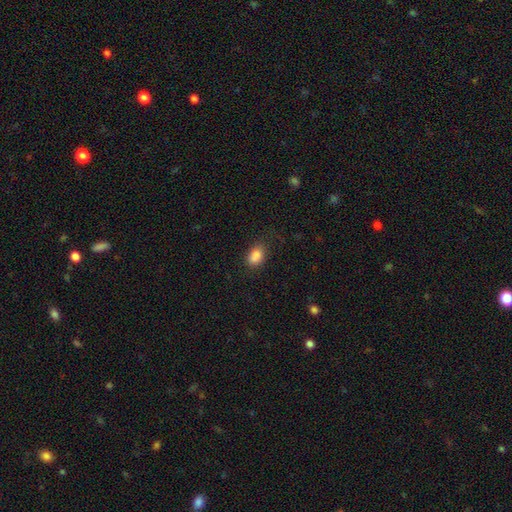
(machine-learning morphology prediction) This appears to be a smooth galaxy with no disk features (85%) that is in between round and cigar-shaped (80%). Merging: none (69%).